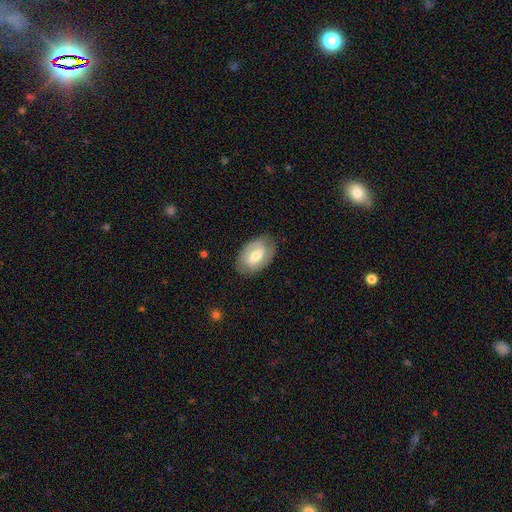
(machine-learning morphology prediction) Overall: featured or disk (65%; smooth 29%). Edge-on disk: no (95%). Bar: weak (49%; strong 34%). Spiral arms: yes (79%). Bulge size: moderate (62%; small 27%). Merging: none (82%).